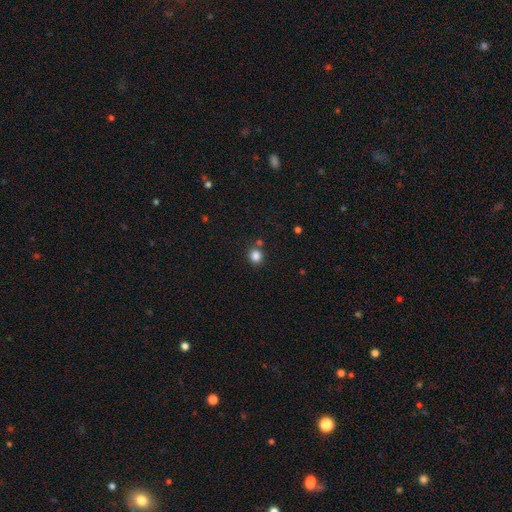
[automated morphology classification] This is clearly a smooth galaxy (84%). How rounded: clearly round (85%). Merging: likely none (77%).